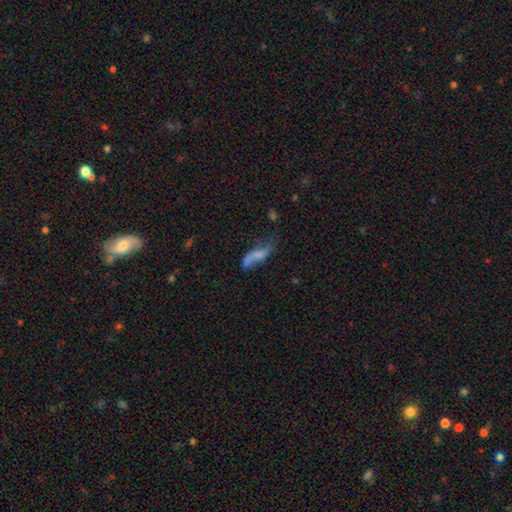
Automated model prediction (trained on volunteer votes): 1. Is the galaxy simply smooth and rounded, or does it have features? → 46% featured or disk, 44% smooth, 10% star or artifact.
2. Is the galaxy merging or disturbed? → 38% none, 26% minor disturbance, 25% major disturbance, 10% merger.